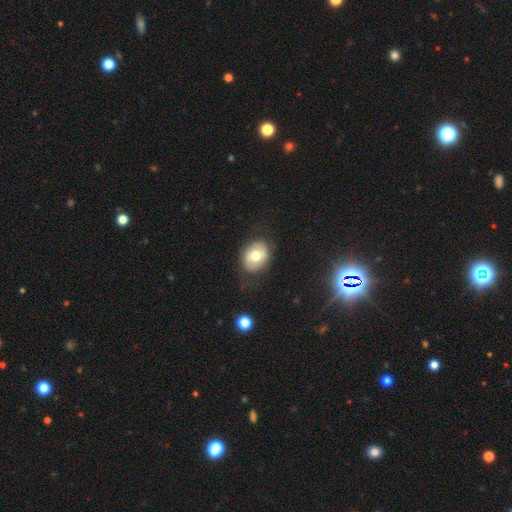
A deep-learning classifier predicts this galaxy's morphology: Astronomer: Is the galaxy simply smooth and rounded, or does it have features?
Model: smooth — 65%.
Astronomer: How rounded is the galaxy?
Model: in between — 61% (runner-up: round, 38%).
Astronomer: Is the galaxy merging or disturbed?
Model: none — 77%.